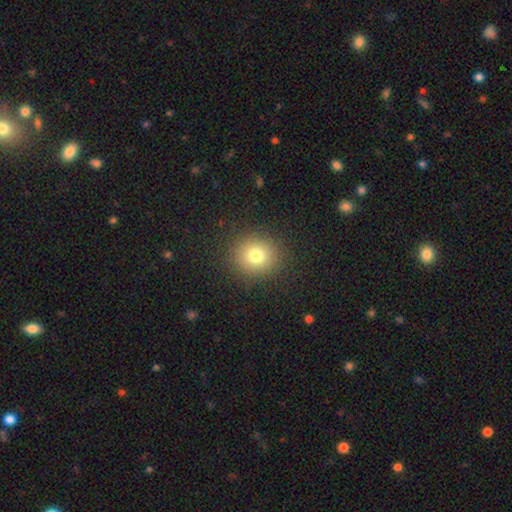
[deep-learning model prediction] Smooth or featured? smooth (77%)
How rounded? round (86%)
Merging? none (89%)